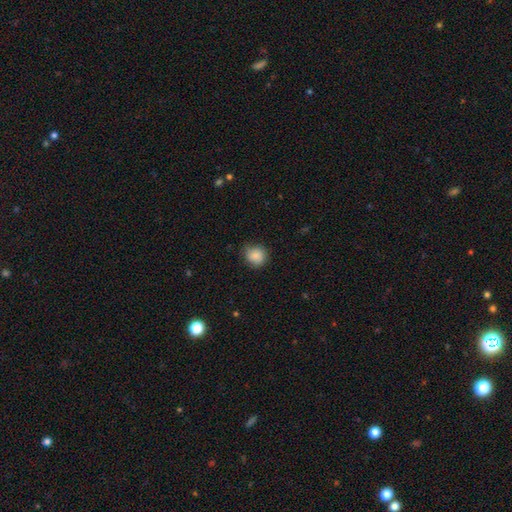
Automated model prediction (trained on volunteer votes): Q: Smooth or featured?
A: smooth (84%); runner-up: star or artifact (9%)
Q: How rounded?
A: round (85%); runner-up: in between (14%)
Q: Merging?
A: none (75%); runner-up: minor disturbance (20%)